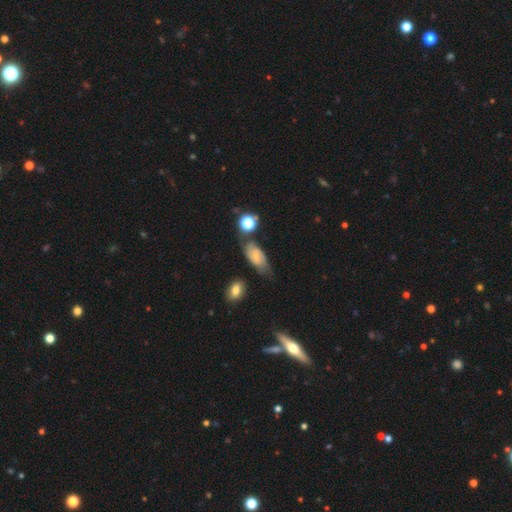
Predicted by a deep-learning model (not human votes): Smooth or featured?
  - featured or disk: 55% *
  - smooth: 35%
  - star or artifact: 10%
Edge-on disk?
  - no: 92% *
  - yes: 8%
Bar?
  - no: 60% *
  - weak: 32%
  - strong: 7%
Spiral arms?
  - yes: 89% *
  - no: 11%
Bulge size?
  - small: 64% *
  - none: 16%
  - moderate: 16%
  - large: 3%
  - dominant: 2%
Merging?
  - none: 56% *
  - minor disturbance: 25%
  - major disturbance: 11%
  - merger: 8%